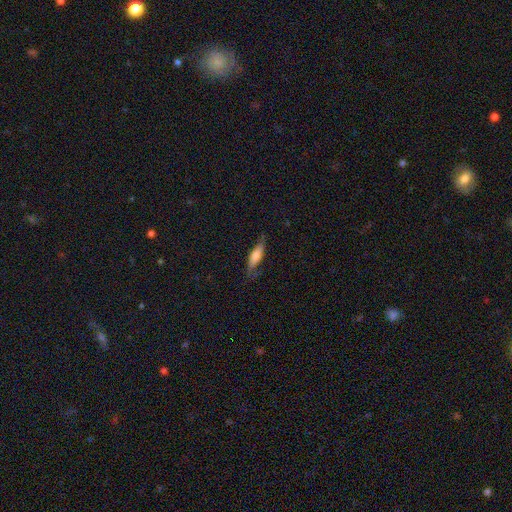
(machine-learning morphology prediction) smooth 63%, featured or disk 31%, star or artifact 7%. Down the decision tree: how rounded — cigar-shaped (58%); merging — none (66%).